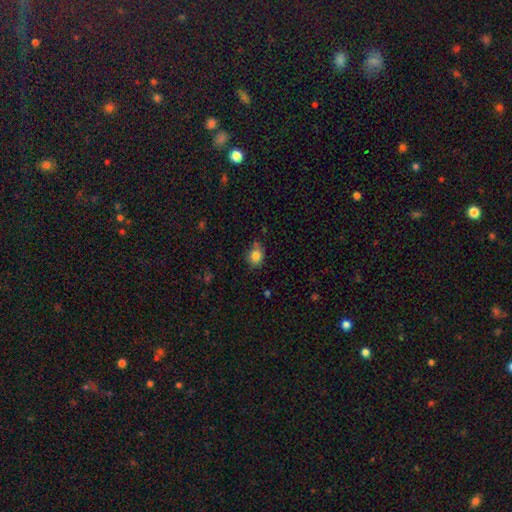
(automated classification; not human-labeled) This is clearly a smooth galaxy (84%). How rounded: possibly round (58%). Merging: likely none (71%).